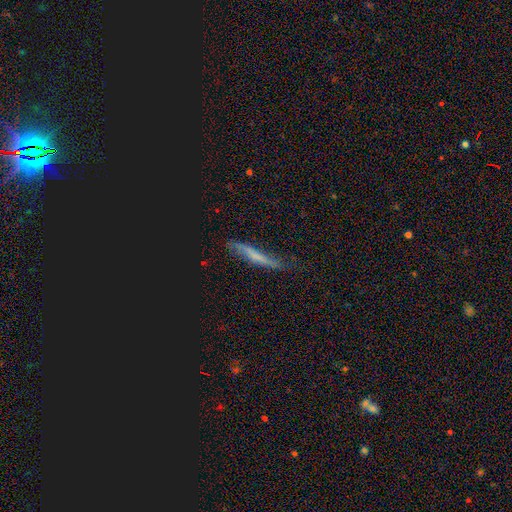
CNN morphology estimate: Smooth or featured?
  - smooth: 45% *
  - featured or disk: 44%
  - star or artifact: 11%
Merging?
  - none: 57% *
  - minor disturbance: 30%
  - major disturbance: 10%
  - merger: 3%